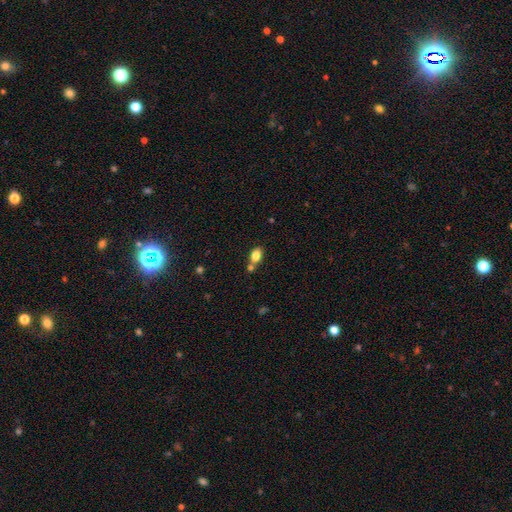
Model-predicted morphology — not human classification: Smooth or featured: smooth — 82% (star or artifact — 9%)
How rounded: in between — 81% (round — 16%)
Merging: none — 58% (merger — 24%)